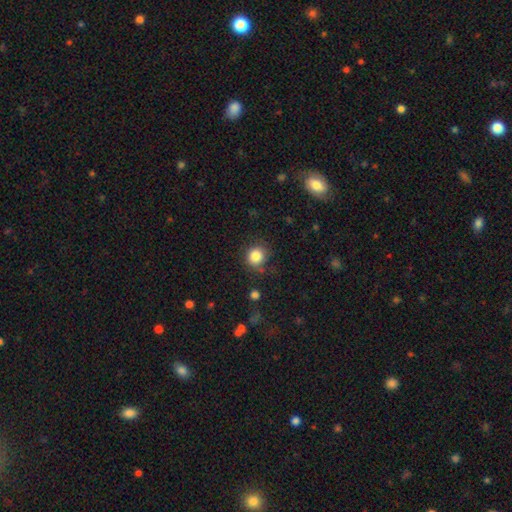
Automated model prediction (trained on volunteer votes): Morphology: type=smooth (84%); roundness=round (89%); merging=none (75%).